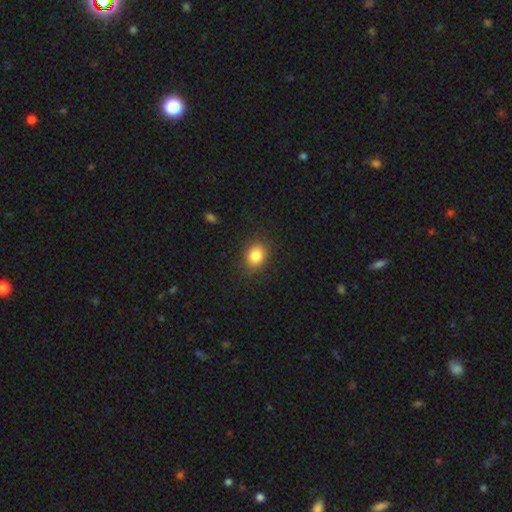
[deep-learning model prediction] This appears to be a smooth galaxy with no disk features (84%) that is in between round and cigar-shaped (50%). Merging: none (84%).